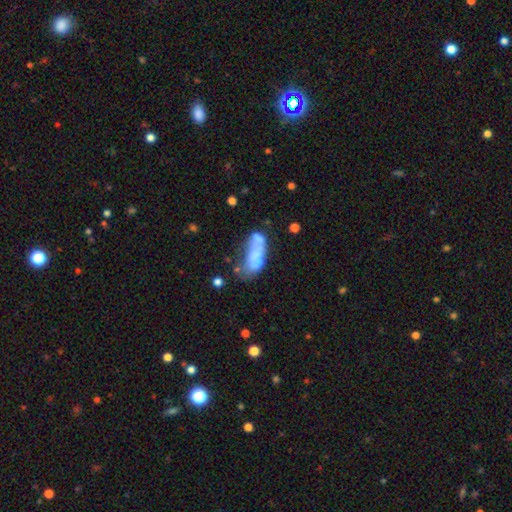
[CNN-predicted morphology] The model was most divided on "merging": none: 27%, merger: 26%, major disturbance: 25%, minor disturbance: 23%. More confident: how rounded — in between (83%); smooth or featured — smooth (51%).